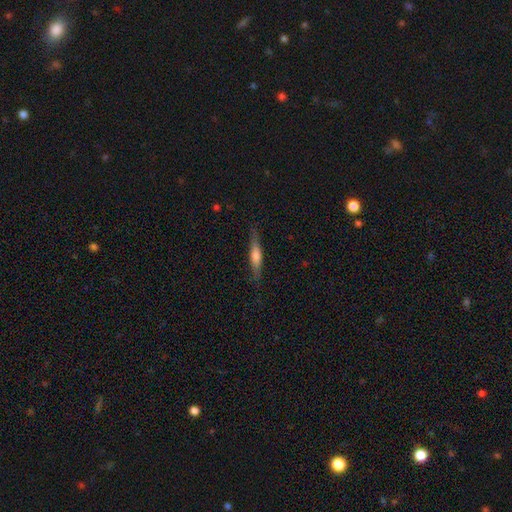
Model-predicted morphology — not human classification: Smooth or featured: featured or disk — 51% (smooth — 42%)
Edge-on disk: yes — 95% (no — 5%)
Merging: none — 84% (minor disturbance — 12%)